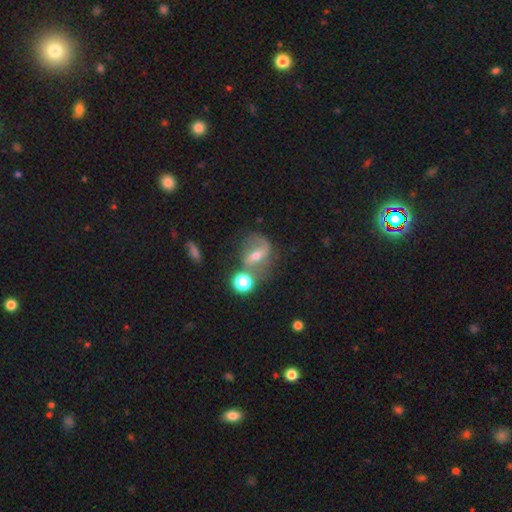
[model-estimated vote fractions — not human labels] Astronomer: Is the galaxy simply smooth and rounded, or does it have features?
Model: featured or disk — 58%.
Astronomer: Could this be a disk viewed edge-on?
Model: no — 91%.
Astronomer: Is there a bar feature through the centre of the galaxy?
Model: strong — 47% (runner-up: weak, 34%).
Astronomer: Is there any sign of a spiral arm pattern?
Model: yes — 69%.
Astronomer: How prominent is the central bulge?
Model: moderate — 54% (runner-up: small, 38%).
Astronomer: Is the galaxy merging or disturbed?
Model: none — 52%.